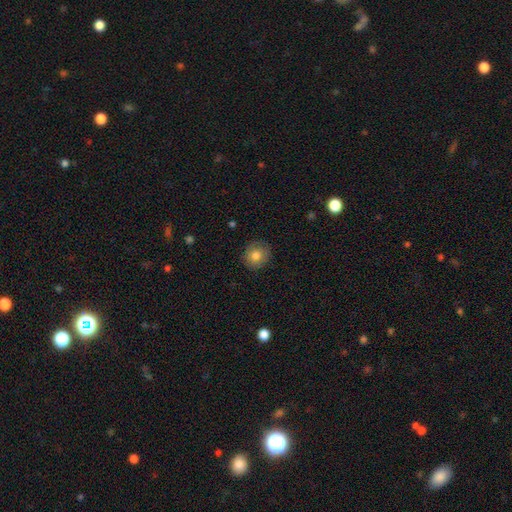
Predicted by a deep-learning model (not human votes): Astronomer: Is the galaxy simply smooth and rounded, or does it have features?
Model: smooth — 76%.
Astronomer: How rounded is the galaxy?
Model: round — 83%.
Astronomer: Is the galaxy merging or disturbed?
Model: none — 85%.